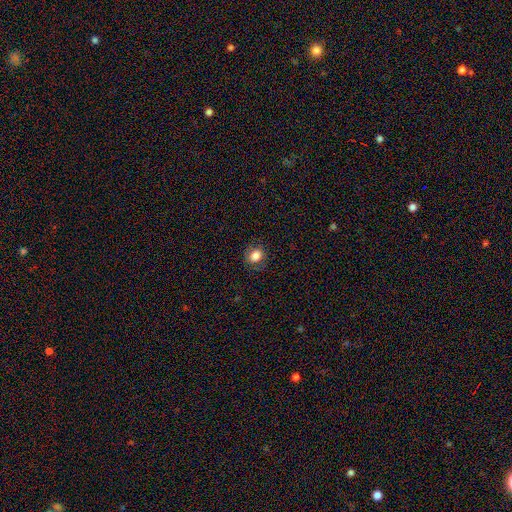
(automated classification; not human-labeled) Overall: smooth (81%). How rounded: round (63%; in between 36%). Merging: none (80%).